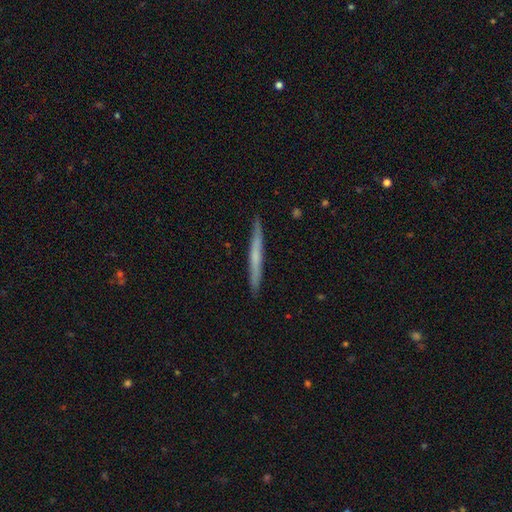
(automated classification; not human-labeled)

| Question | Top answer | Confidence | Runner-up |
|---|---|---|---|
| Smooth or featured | smooth | 47% | tied: featured or disk (47%) |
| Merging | none | 92% | minor disturbance (6%) |